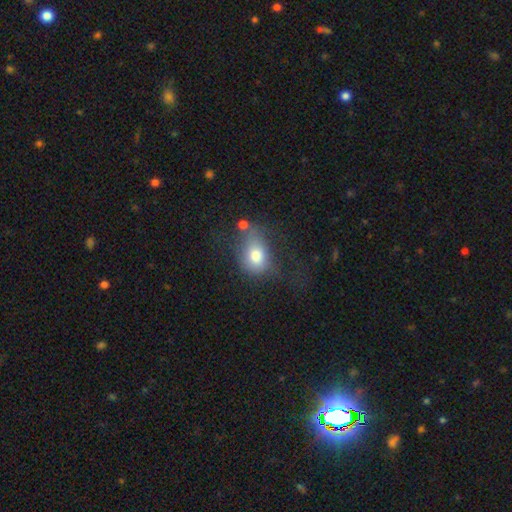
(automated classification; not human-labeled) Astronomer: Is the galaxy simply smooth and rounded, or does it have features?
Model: smooth — 76%.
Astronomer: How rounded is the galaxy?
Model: in between — 70%.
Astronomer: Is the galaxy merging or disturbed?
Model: none — 38% (runner-up: minor disturbance, 28%).